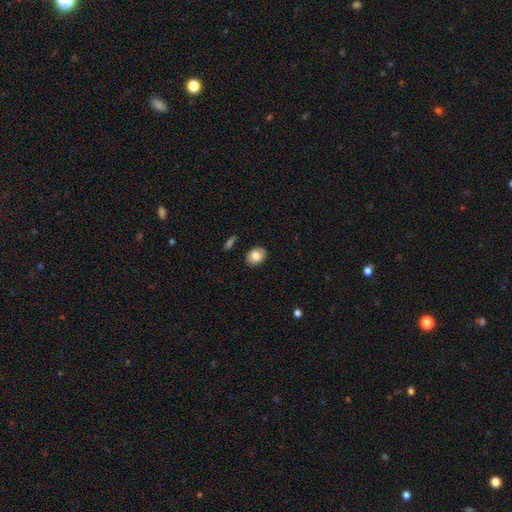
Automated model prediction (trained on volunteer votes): The model was most divided on "how rounded": in between: 63%, round: 35%, cigar-shaped: 1%. More confident: merging — none (87%); smooth or featured — smooth (82%).